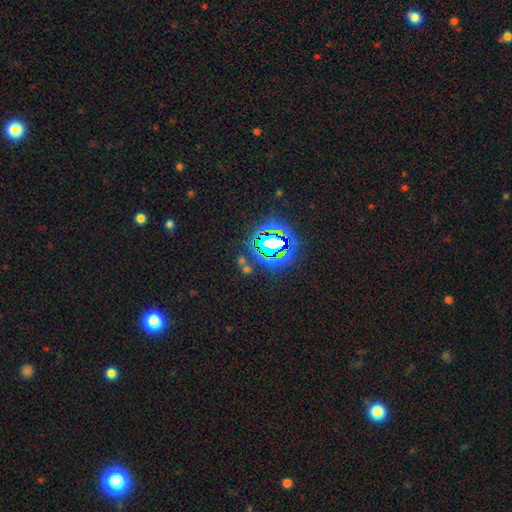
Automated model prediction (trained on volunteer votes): smooth-or-featured: star or artifact: 82% | smooth: 11% | featured or disk: 7%